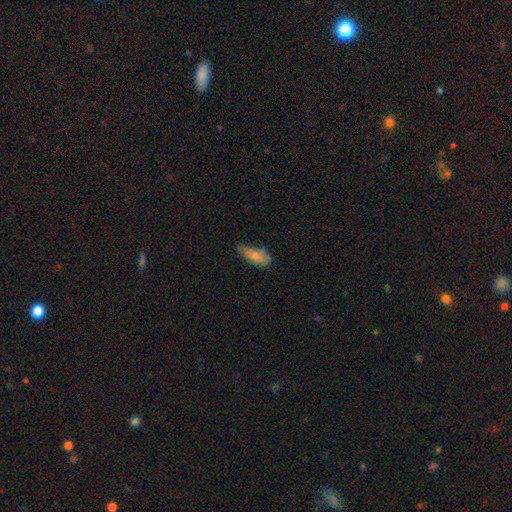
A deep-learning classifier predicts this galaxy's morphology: Smooth or featured? Predicted: smooth (p=0.81). How rounded? Predicted: in between (p=0.76). Merging? Predicted: none (p=0.44).